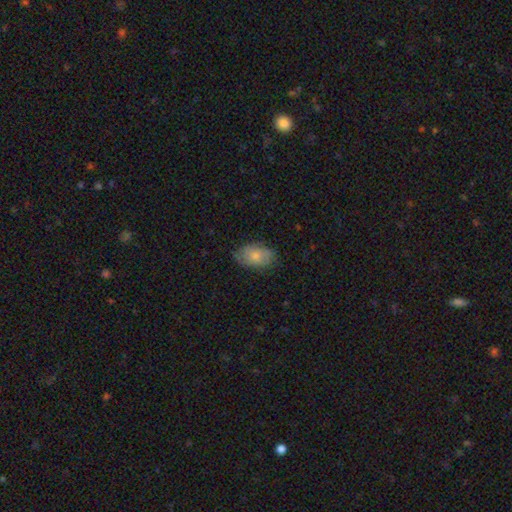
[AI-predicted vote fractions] Morphology: type=smooth (69%); roundness=in between (88%); merging=none (72%).